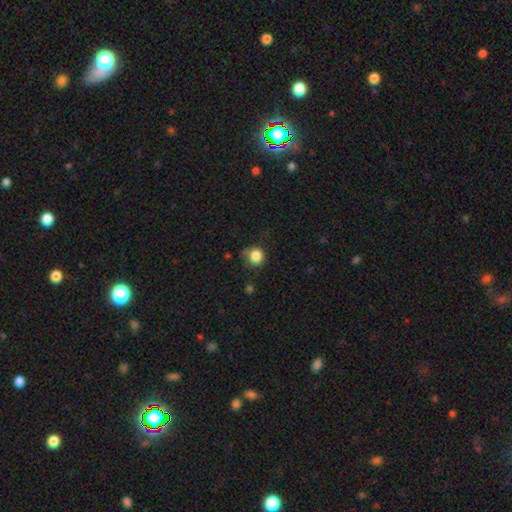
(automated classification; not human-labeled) Q: Smooth or featured?
A: smooth (85%); runner-up: star or artifact (10%)
Q: How rounded?
A: round (88%); runner-up: in between (11%)
Q: Merging?
A: none (64%); runner-up: minor disturbance (26%)